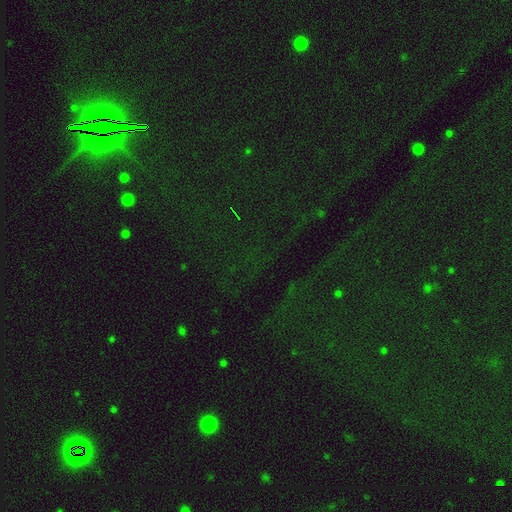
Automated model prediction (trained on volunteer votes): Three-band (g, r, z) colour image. It shows a star or artifact, not a galaxy (84%).